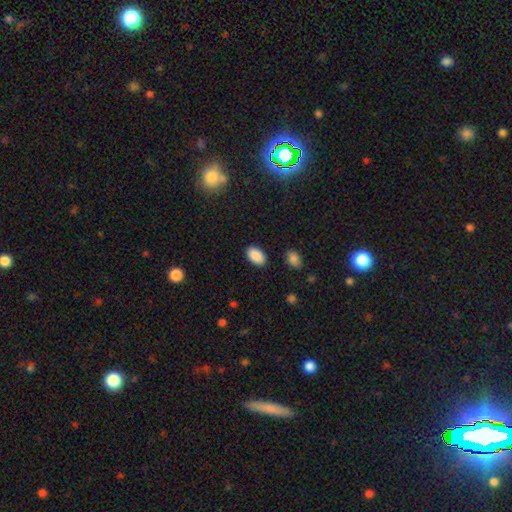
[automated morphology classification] Overall: smooth (90%). How rounded: in between (93%). Merging: none (88%).